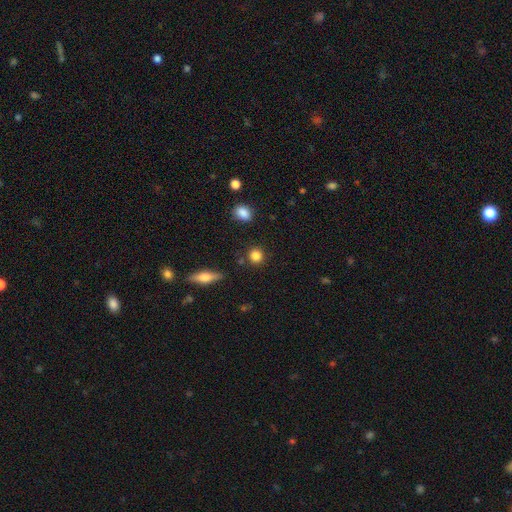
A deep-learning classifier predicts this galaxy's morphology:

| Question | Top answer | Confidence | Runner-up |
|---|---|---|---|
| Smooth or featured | smooth | 84% | star or artifact (10%) |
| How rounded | round | 87% | in between (11%) |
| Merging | none | 86% | minor disturbance (8%) |